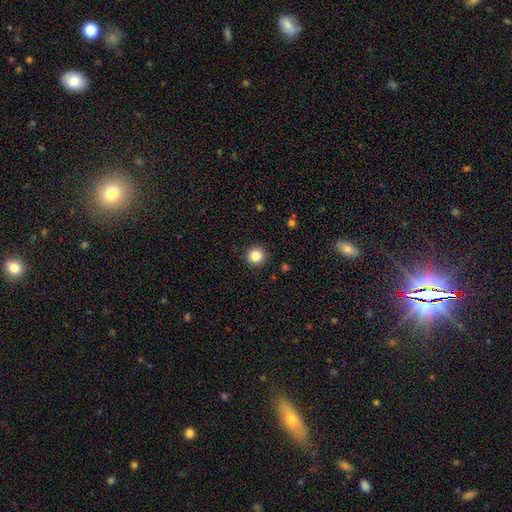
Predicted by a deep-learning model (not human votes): Overall: smooth (85%). How rounded: round (95%). Merging: none (92%).